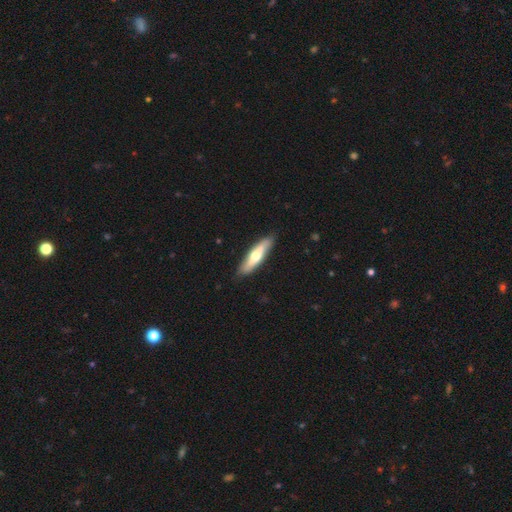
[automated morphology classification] Smooth or featured? smooth (52%)
How rounded? cigar-shaped (72%)
Merging? none (86%)